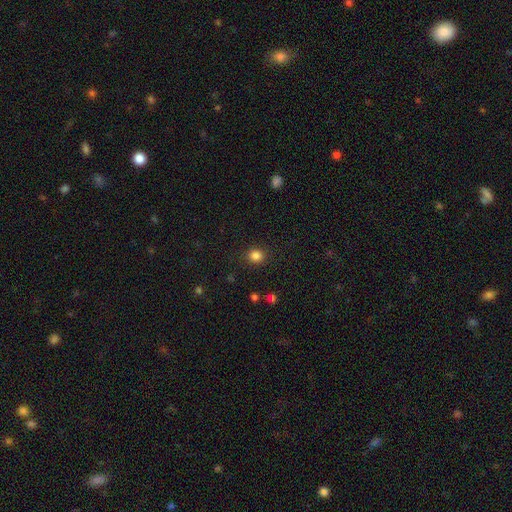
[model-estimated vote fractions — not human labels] Q: Smooth or featured?
A: smooth (84%); runner-up: star or artifact (12%)
Q: How rounded?
A: round (81%); runner-up: in between (18%)
Q: Merging?
A: none (89%); runner-up: minor disturbance (7%)